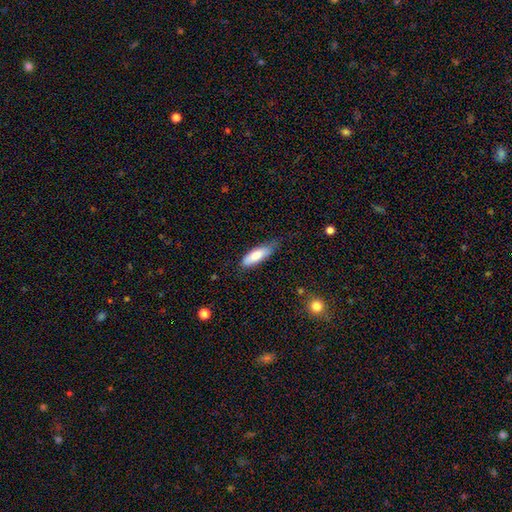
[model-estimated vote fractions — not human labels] smooth_or_featured: smooth (p=0.80) [alt: featured or disk p=0.14]
how_rounded: in between (p=0.58) [alt: cigar-shaped p=0.40]
merging: none (p=0.67) [alt: minor disturbance p=0.26]